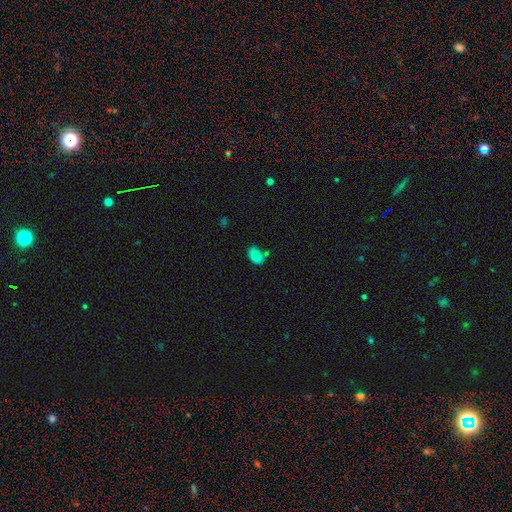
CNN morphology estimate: smooth-or-featured: smooth: 82% | star or artifact: 10% | featured or disk: 8%
  how-rounded: in between: 87% | round: 12% | cigar-shaped: 1%
  merging: none: 63% | minor disturbance: 19% | merger: 13% | major disturbance: 4%